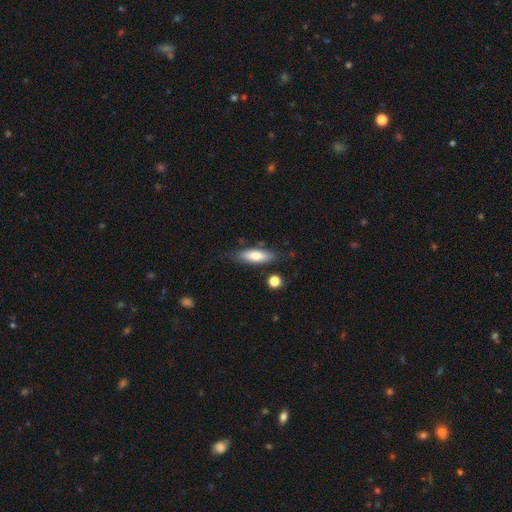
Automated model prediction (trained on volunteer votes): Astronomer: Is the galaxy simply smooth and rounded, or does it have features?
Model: smooth — 74%.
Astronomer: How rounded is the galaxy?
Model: in between — 57% (runner-up: cigar-shaped, 41%).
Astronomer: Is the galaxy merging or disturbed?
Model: none — 76%.